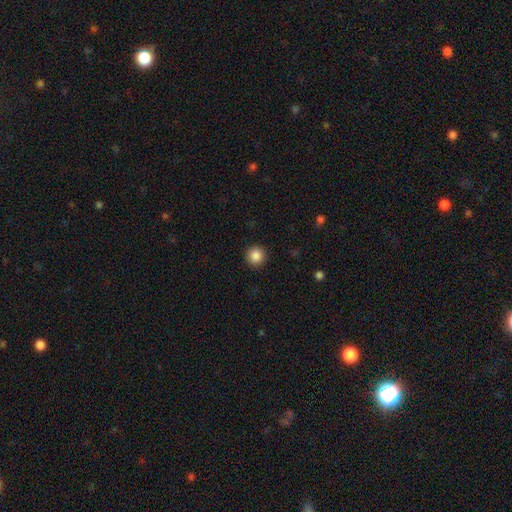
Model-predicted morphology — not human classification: type=smooth (86%); roundness=round (95%); merging=none (93%).